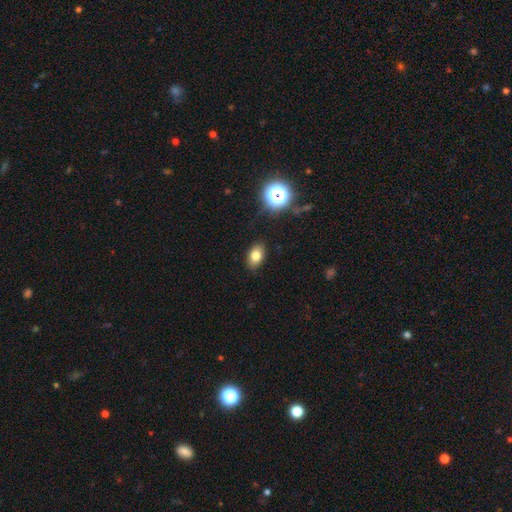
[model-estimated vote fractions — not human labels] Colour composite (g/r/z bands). It shows a smooth galaxy with no disk features (78%) that is in between round and cigar-shaped (83%). Merging: none (86%).